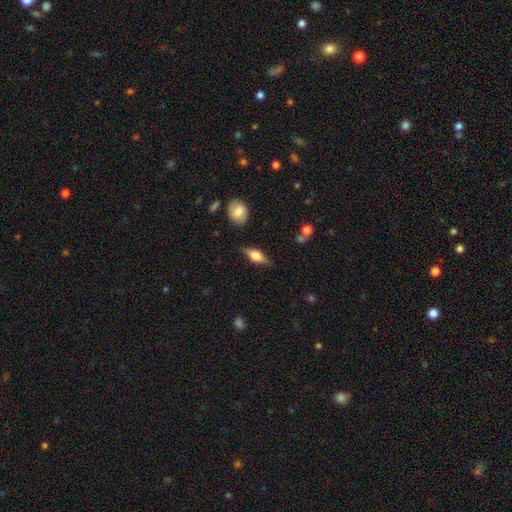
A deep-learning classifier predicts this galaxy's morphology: Smooth or featured?
  - featured or disk: 54% *
  - smooth: 39%
  - star or artifact: 7%
Edge-on disk?
  - yes: 93% *
  - no: 7%
Edge-on bulge?
  - rounded: 88% *
  - boxy: 10%
  - none: 2%
Merging?
  - none: 81% *
  - minor disturbance: 13%
  - major disturbance: 4%
  - merger: 2%